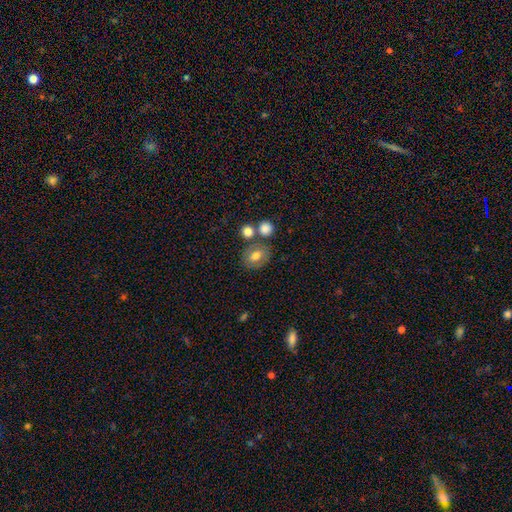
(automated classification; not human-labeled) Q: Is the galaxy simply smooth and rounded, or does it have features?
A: smooth — 72%.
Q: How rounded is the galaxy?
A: in between — 53%.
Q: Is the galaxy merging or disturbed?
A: none — 67%.